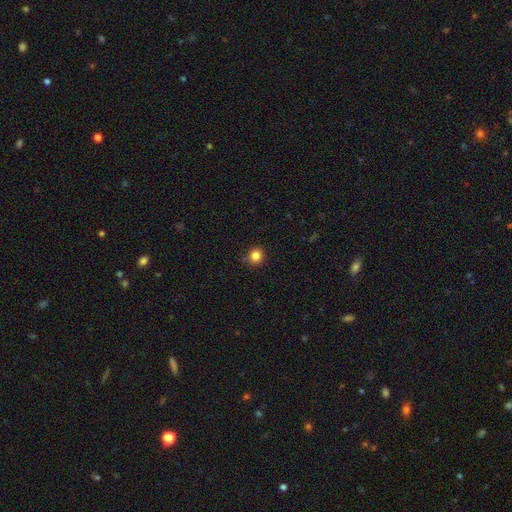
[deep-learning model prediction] smooth 84%, star or artifact 12%, featured or disk 4%. Down the decision tree: how rounded — round (89%); merging — none (82%).